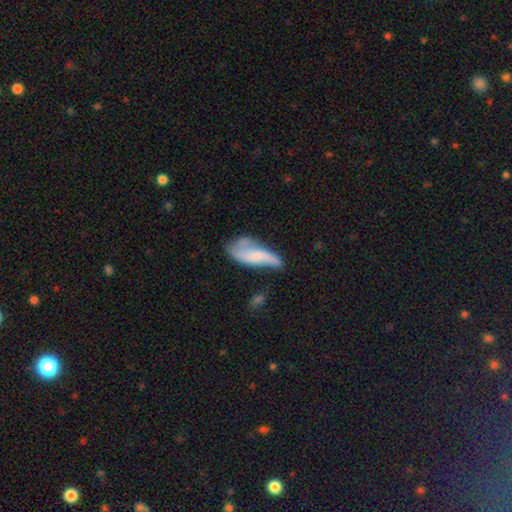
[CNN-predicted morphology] Smooth or featured? featured or disk (52%)
Edge-on disk? no (88%)
Merging? none (34%)